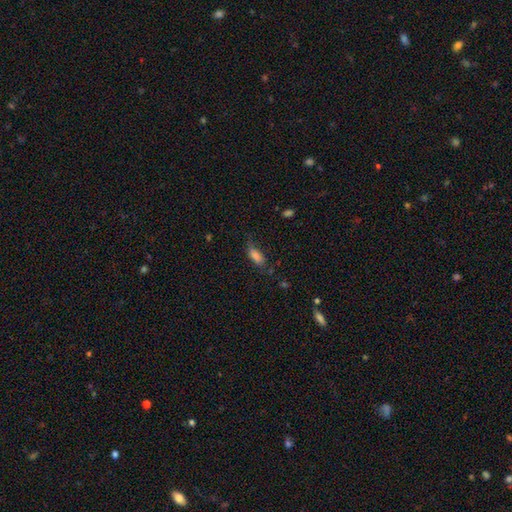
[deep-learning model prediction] Overall: smooth (81%). How rounded: in between (80%). Merging: none (57%; minor disturbance 29%).